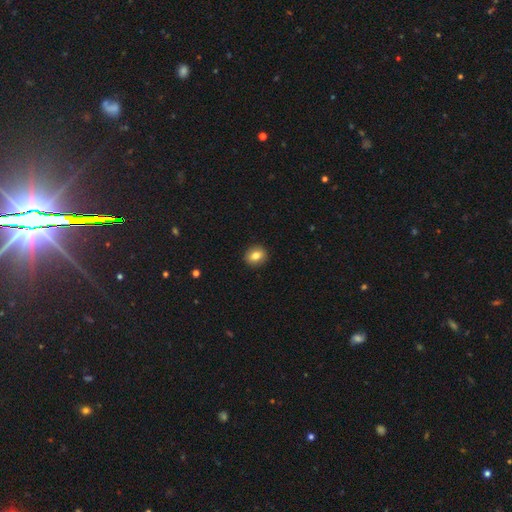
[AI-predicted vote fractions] Smooth or featured?
  - smooth: 80% *
  - featured or disk: 11%
  - star or artifact: 9%
How rounded?
  - round: 64% *
  - in between: 35%
  - cigar-shaped: 1%
Merging?
  - none: 91% *
  - minor disturbance: 6%
  - major disturbance: 2%
  - merger: 1%